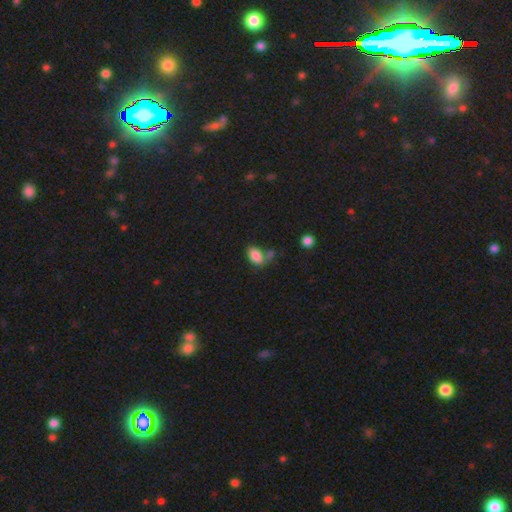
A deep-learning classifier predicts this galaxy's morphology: Q: Smooth or featured?
A: smooth (85%); runner-up: star or artifact (9%)
Q: How rounded?
A: in between (90%); runner-up: round (9%)
Q: Merging?
A: none (45%); runner-up: merger (28%)